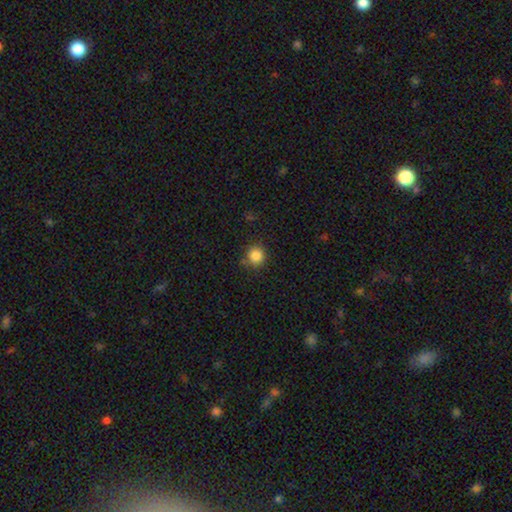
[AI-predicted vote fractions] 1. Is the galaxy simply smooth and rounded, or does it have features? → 85% smooth, 11% star or artifact, 4% featured or disk.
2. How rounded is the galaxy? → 92% round, 8% in between, 1% cigar-shaped.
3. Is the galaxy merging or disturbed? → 82% none, 12% minor disturbance, 3% major disturbance, 3% merger.